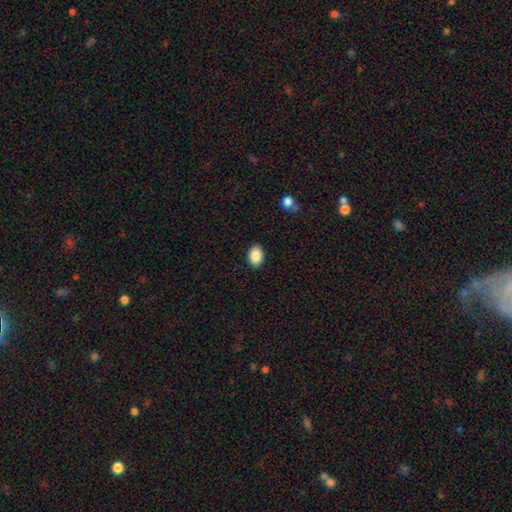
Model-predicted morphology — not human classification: A smooth galaxy with no disk features (88%) that is in between round and cigar-shaped (77%).

Vote fractions:
- Smooth or featured? smooth: 88% / star or artifact: 8% / featured or disk: 4%
- How rounded? in between: 77% / round: 22% / cigar-shaped: 1%
- Merging? none: 90% / minor disturbance: 7% / major disturbance: 2% / merger: 1%